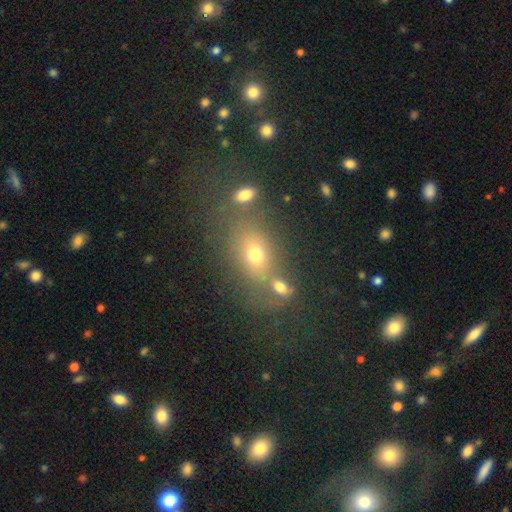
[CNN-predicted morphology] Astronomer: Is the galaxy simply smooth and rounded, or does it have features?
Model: smooth — 62%.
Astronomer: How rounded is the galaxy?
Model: in between — 67%.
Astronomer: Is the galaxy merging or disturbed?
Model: none — 54%.